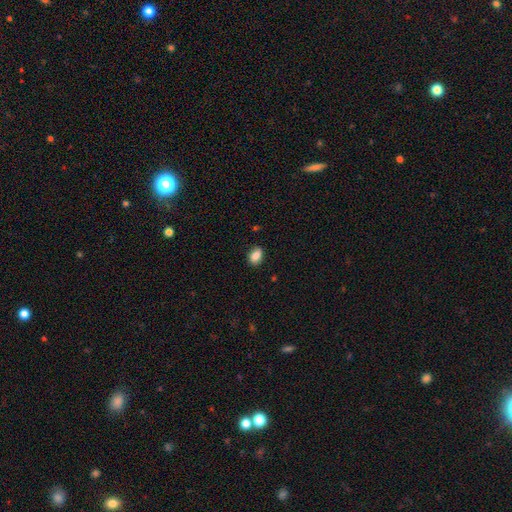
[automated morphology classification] Smooth or featured? smooth (86%)
How rounded? in between (78%)
Merging? none (86%)